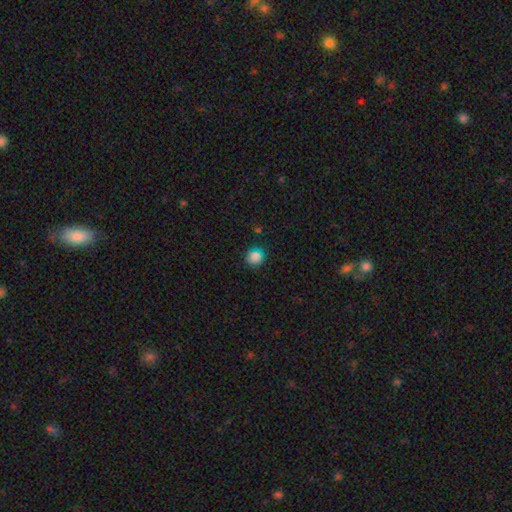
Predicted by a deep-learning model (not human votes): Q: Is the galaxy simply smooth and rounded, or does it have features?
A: smooth — 78%.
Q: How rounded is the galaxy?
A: round — 88%.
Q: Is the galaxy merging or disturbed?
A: none — 86%.